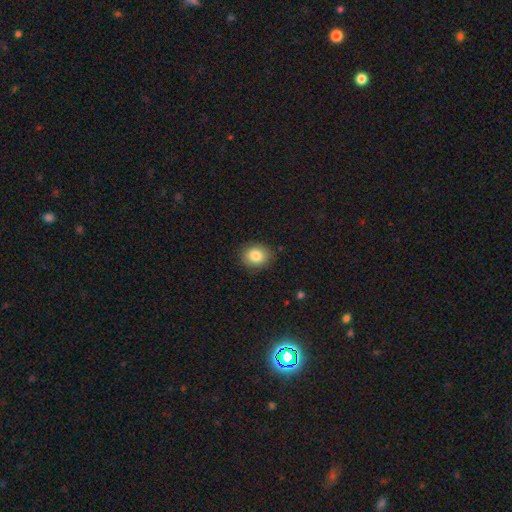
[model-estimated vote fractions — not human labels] Smooth or featured? Predicted: smooth (p=0.84). How rounded? Predicted: round (p=0.62). Merging? Predicted: none (p=0.87).